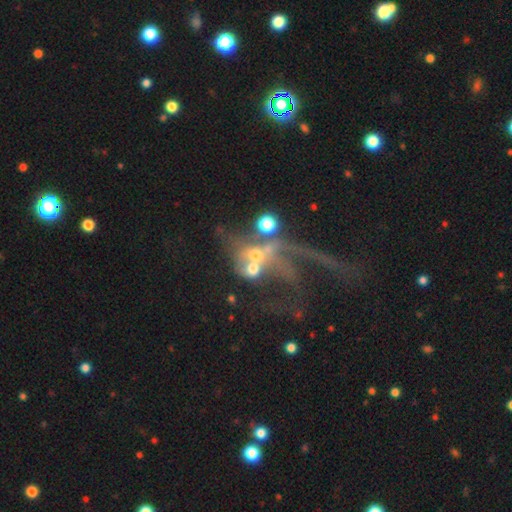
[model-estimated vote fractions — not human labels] A featured or disk galaxy (48%). Merging: merger (58%).